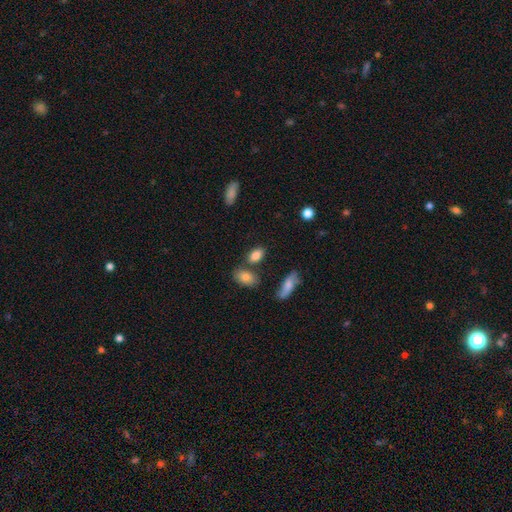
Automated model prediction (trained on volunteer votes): A smooth galaxy with no disk features (83%) that is in between round and cigar-shaped (87%).

Vote fractions:
- Smooth or featured? smooth: 83% / star or artifact: 9% / featured or disk: 8%
- How rounded? in between: 87% / round: 10% / cigar-shaped: 3%
- Merging? none: 69% / merger: 14% / minor disturbance: 13% / major disturbance: 4%